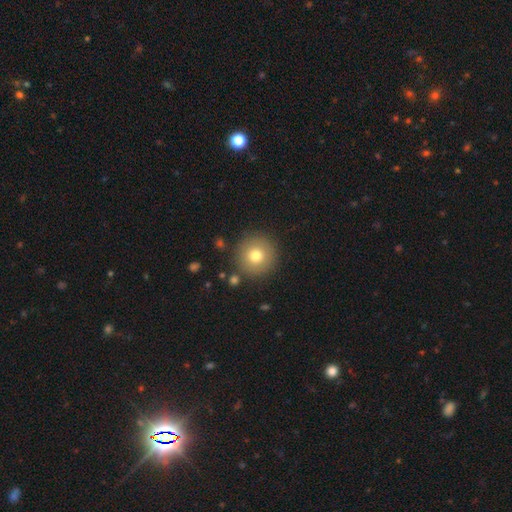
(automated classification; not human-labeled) This appears to be a smooth galaxy with no disk features (74%) that is round (96%). Merging: none (88%).